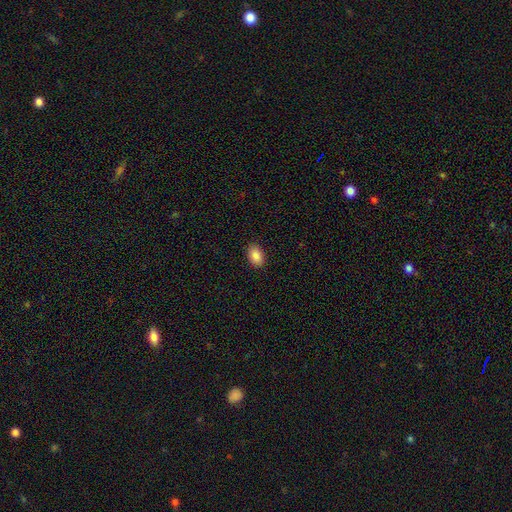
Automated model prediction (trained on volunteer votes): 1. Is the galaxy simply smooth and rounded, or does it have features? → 88% smooth, 8% star or artifact, 4% featured or disk.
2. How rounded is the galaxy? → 89% in between, 10% round, 1% cigar-shaped.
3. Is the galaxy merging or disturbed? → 89% none, 8% minor disturbance, 2% major disturbance, 1% merger.